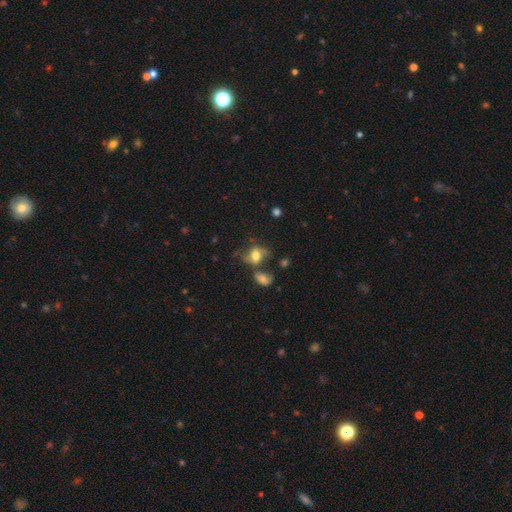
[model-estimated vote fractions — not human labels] Smooth or featured? Predicted: smooth (p=0.54). How rounded? Predicted: in between (p=0.65). Merging? Predicted: none (p=0.47).